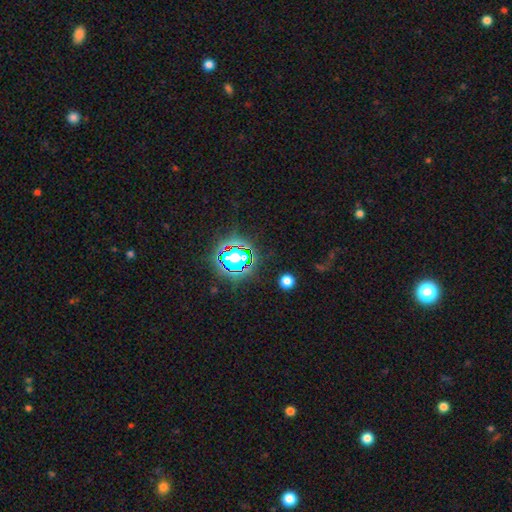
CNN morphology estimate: Smooth or featured? Predicted: star or artifact (p=0.78).